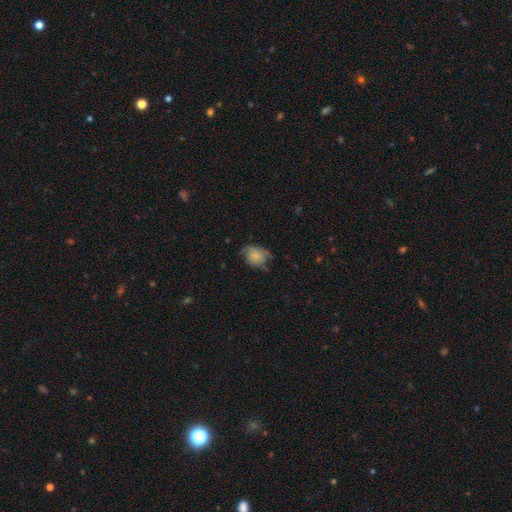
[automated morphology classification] Smooth or featured?
  - smooth: 72% *
  - featured or disk: 20%
  - star or artifact: 9%
How rounded?
  - in between: 50% *
  - round: 49%
  - cigar-shaped: 1%
Merging?
  - none: 49% *
  - minor disturbance: 36%
  - major disturbance: 13%
  - merger: 2%